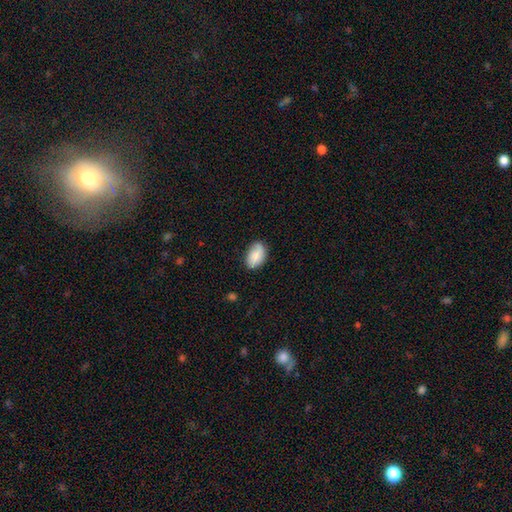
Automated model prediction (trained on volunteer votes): Smooth or featured? Predicted: smooth (p=0.74). How rounded? Predicted: in between (p=0.89). Merging? Predicted: none (p=0.72).